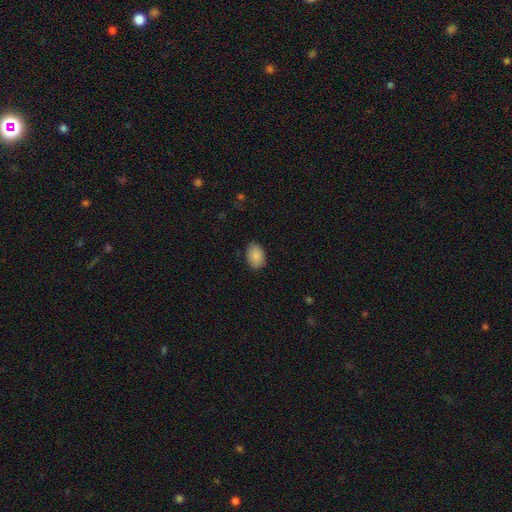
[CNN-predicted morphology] smooth_or_featured: smooth (p=0.87) [alt: star or artifact p=0.07]
how_rounded: in between (p=0.84) [alt: round p=0.15]
merging: none (p=0.85) [alt: minor disturbance p=0.11]